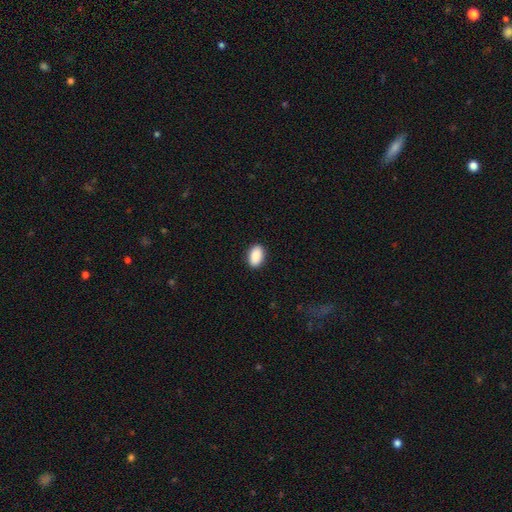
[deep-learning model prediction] Morphology: type=smooth (90%); roundness=in between (92%); merging=none (90%).